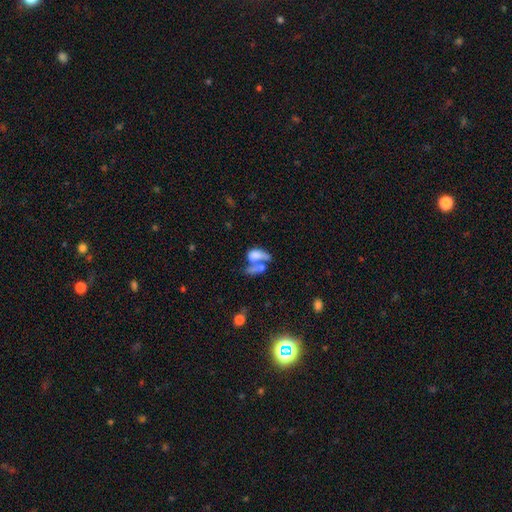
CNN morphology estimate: Smooth or featured: smooth — 61% (featured or disk — 28%)
How rounded: in between — 82% (round — 12%)
Merging: merger — 63% (none — 16%)